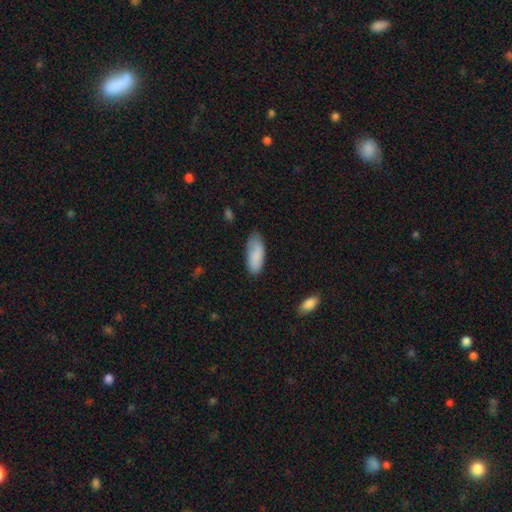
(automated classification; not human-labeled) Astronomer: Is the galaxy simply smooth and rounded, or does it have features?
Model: smooth — 85%.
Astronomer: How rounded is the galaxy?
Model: in between — 82%.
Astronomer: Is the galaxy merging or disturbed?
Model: none — 72%.